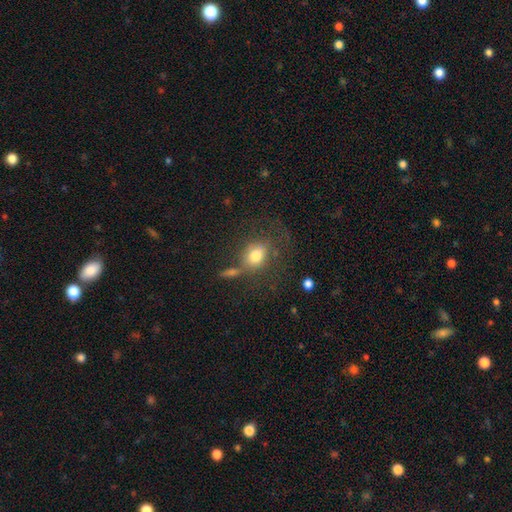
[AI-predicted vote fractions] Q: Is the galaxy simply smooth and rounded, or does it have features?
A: smooth — 74%.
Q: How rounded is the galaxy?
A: round — 56%.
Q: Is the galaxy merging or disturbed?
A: none — 51%.